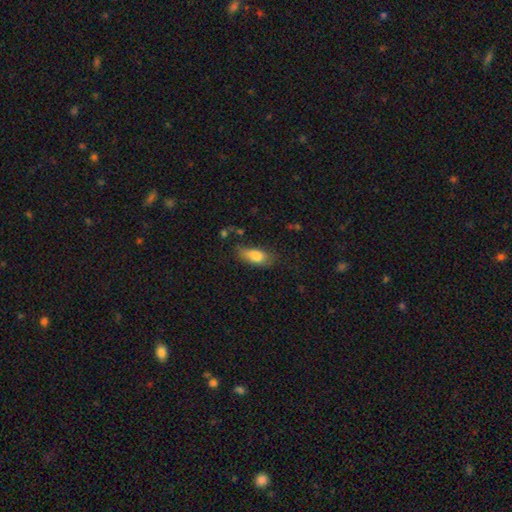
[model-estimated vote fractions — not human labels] Smooth or featured? Predicted: smooth (p=0.81). How rounded? Predicted: in between (p=0.84). Merging? Predicted: none (p=0.50).